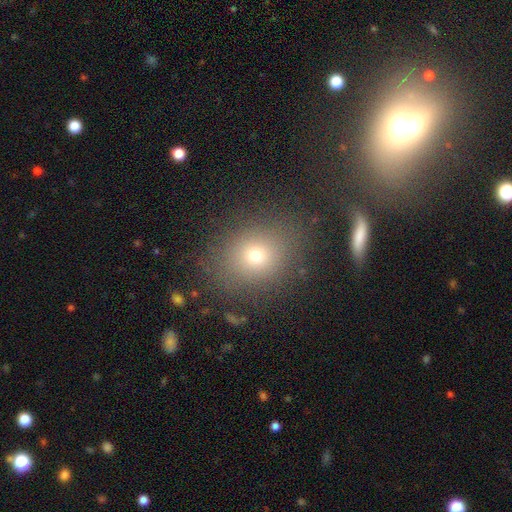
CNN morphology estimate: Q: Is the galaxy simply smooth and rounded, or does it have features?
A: smooth — 67%.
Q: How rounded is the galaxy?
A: round — 60%.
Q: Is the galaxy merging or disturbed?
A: none — 82%.